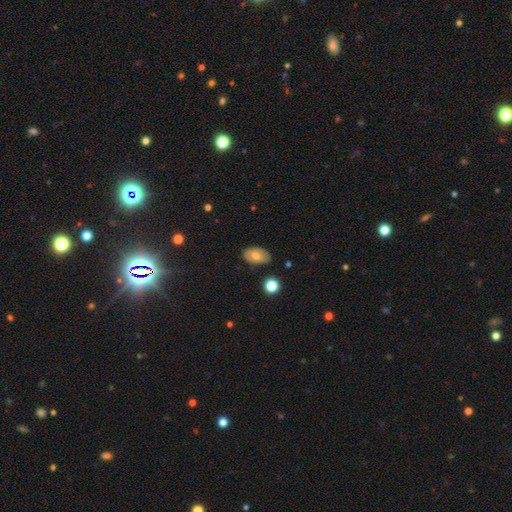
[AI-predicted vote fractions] Morphology: type=smooth (62%); roundness=in between (90%); merging=none (77%).